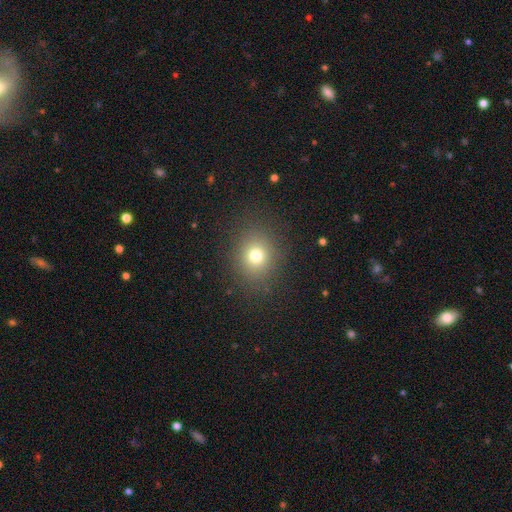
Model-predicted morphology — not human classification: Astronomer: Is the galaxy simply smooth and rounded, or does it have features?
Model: smooth — 74%.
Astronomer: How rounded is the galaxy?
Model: round — 72%.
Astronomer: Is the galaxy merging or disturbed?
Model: none — 86%.